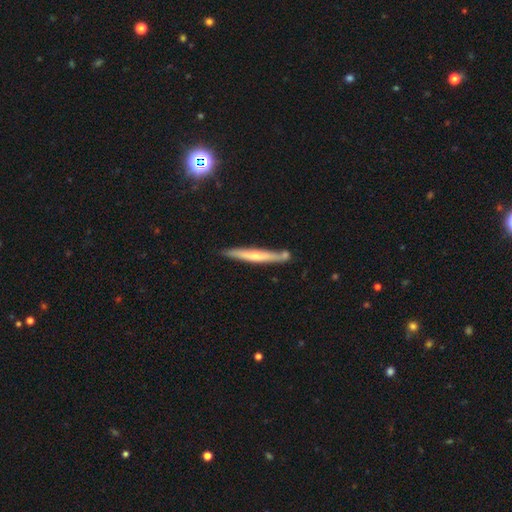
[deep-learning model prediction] A featured or disk galaxy (52%) viewed edge-on (93%).

Vote fractions:
- Smooth or featured? featured or disk: 52% / smooth: 42% / star or artifact: 6%
- Edge-on disk? yes: 93% / no: 7%
- Merging? none: 75% / minor disturbance: 13% / merger: 9% / major disturbance: 3%